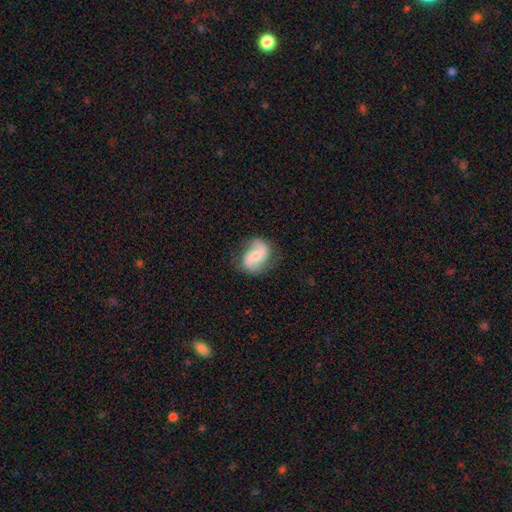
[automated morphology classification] Q: Smooth or featured?
A: featured or disk (66%); runner-up: smooth (27%)
Q: Edge-on disk?
A: no (97%); runner-up: yes (3%)
Q: Bar?
A: weak (44%); runner-up: no (38%)
Q: Spiral arms?
A: yes (90%); runner-up: no (10%)
Q: Spiral winding?
A: loose (49%); runner-up: medium (38%)
Q: Spiral arm count?
A: 2 (86%); runner-up: can't tell (6%)
Q: Bulge size?
A: moderate (52%); runner-up: small (36%)
Q: Merging?
A: none (70%); runner-up: minor disturbance (21%)